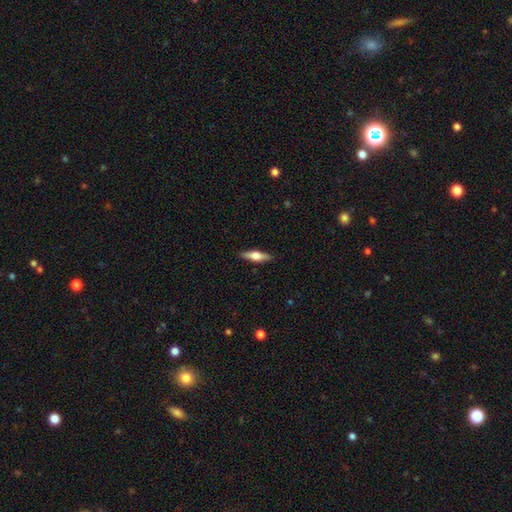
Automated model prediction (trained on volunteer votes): Smooth or featured? Predicted: featured or disk (p=0.49). Merging? Predicted: none (p=0.90).